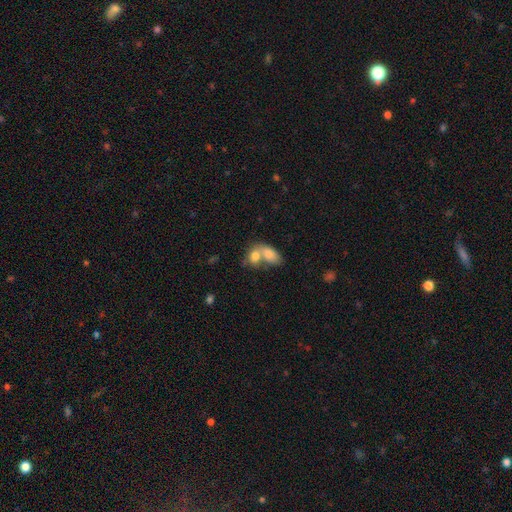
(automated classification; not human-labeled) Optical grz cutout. It shows a smooth galaxy with no disk features (78%) that is in between round and cigar-shaped (78%). Merging: merger (71%).